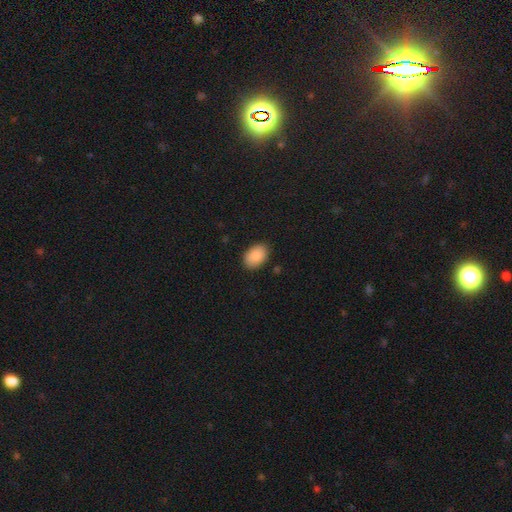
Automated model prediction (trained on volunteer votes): smooth 88%, star or artifact 7%, featured or disk 5%. Down the decision tree: how rounded — in between (87%); merging — none (86%).